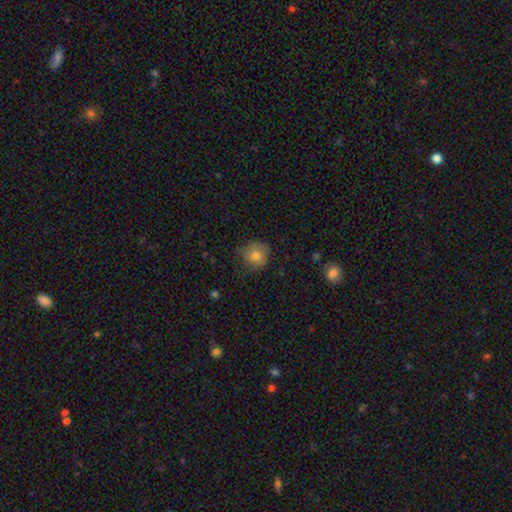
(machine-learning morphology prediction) Smooth or featured: smooth — 77% (featured or disk — 13%)
How rounded: round — 88% (in between — 11%)
Merging: none — 71% (minor disturbance — 22%)